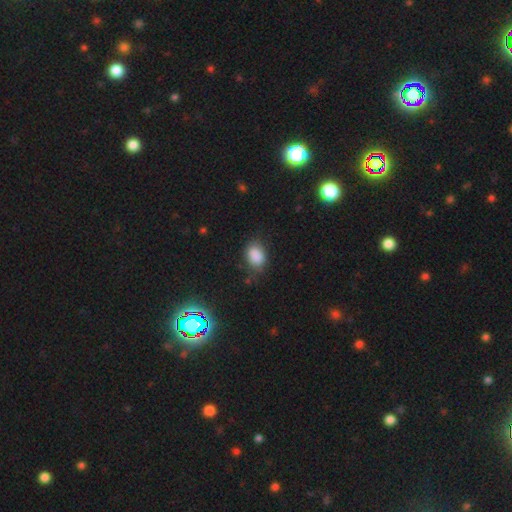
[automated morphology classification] This appears to be a smooth galaxy with no disk features (85%) that is in between round and cigar-shaped (77%). Merging: none (73%).